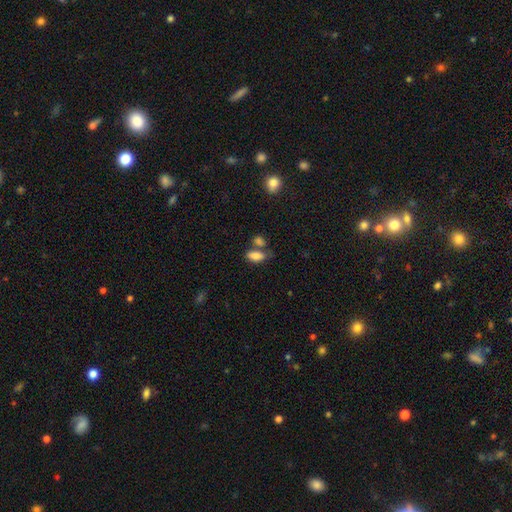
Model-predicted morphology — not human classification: A smooth galaxy with no disk features (82%) that is in between round and cigar-shaped (88%).

Vote fractions:
- Smooth or featured? smooth: 82% / featured or disk: 9% / star or artifact: 9%
- How rounded? in between: 88% / cigar-shaped: 8% / round: 5%
- Merging? none: 47% / merger: 31% / minor disturbance: 15% / major disturbance: 6%